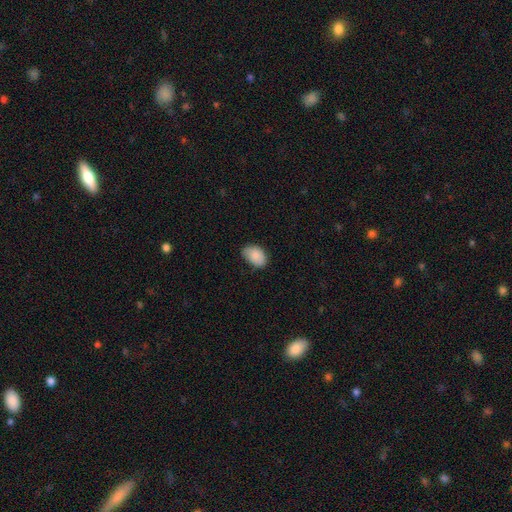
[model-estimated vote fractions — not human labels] This appears to be a smooth galaxy with no disk features (86%) that is in between round and cigar-shaped (87%). Merging: none (71%).